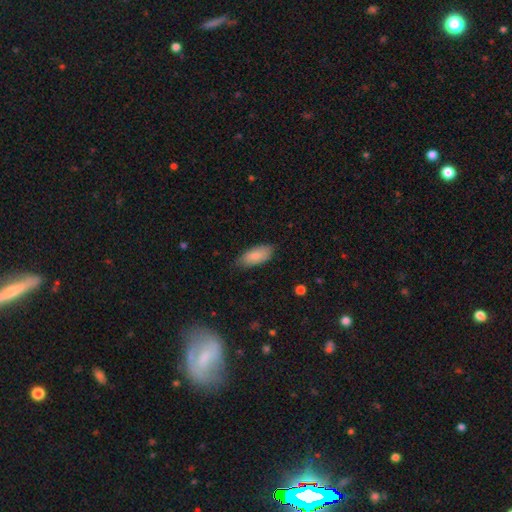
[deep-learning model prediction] This is clearly a smooth galaxy (86%). How rounded: clearly in between (86%). Merging: likely none (77%).